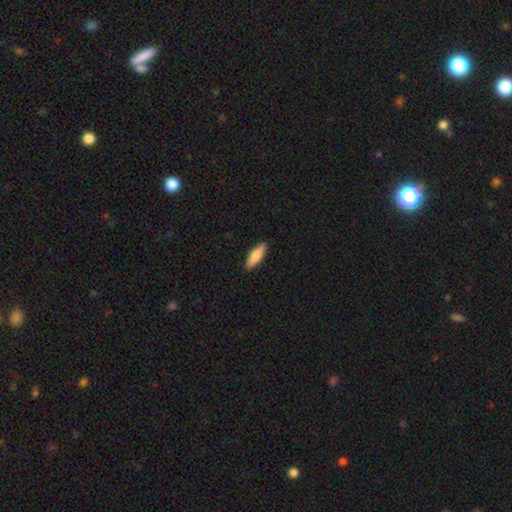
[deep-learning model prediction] This is clearly a smooth galaxy (83%). How rounded: possibly in between (55%). Merging: clearly none (90%).